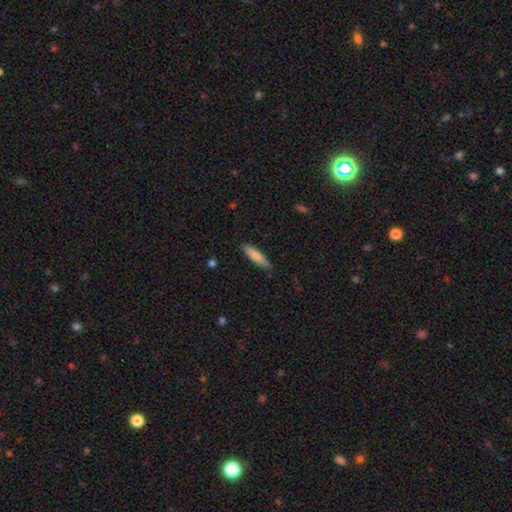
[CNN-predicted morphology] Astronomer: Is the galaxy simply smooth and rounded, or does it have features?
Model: smooth — 79%.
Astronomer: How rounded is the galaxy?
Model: cigar-shaped — 75%.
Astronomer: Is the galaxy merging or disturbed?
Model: none — 87%.